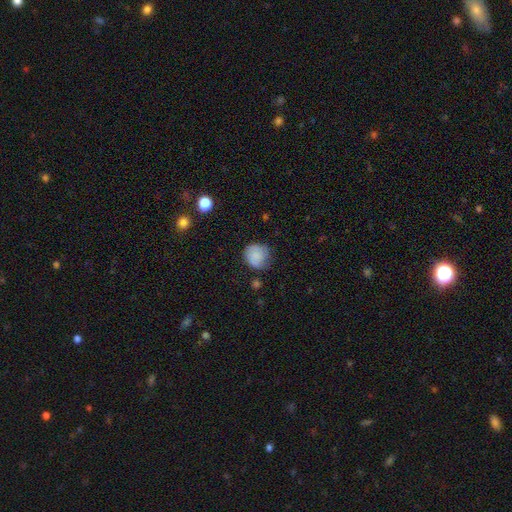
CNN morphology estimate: smooth-or-featured: smooth: 81% | featured or disk: 11% | star or artifact: 8%
  how-rounded: round: 84% | in between: 15% | cigar-shaped: 1%
  merging: none: 64% | minor disturbance: 27% | major disturbance: 7% | merger: 2%